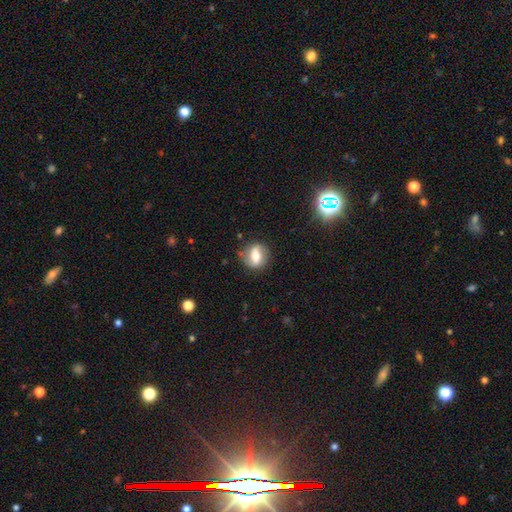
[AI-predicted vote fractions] A featured or disk galaxy (51%). Merging: none (77%).